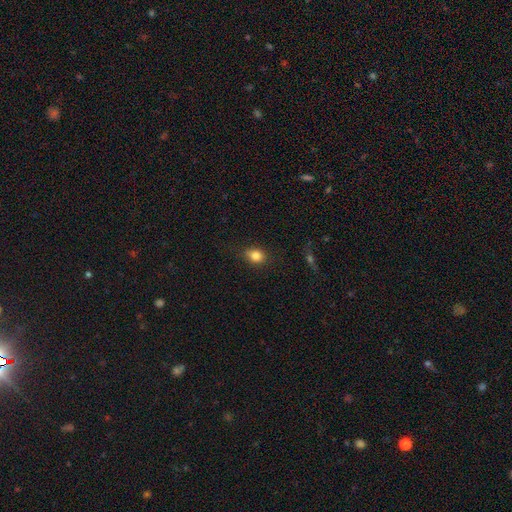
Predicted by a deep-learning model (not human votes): A smooth galaxy with no disk features (83%) that is in between round and cigar-shaped (51%). Merging: none (84%).